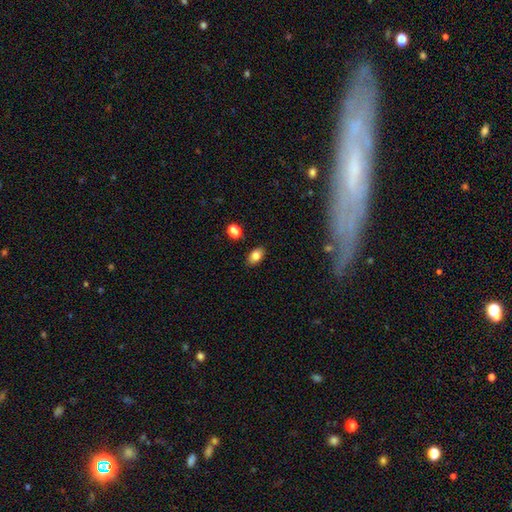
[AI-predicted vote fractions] smooth_or_featured: smooth (p=0.82) [alt: star or artifact p=0.09]
how_rounded: in between (p=0.88) [alt: round p=0.10]
merging: none (p=0.86) [alt: minor disturbance p=0.09]